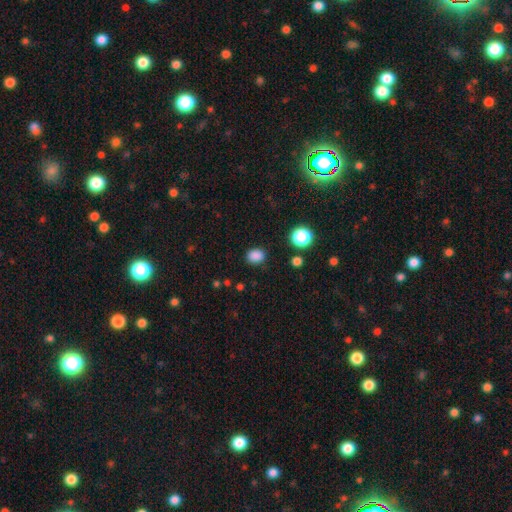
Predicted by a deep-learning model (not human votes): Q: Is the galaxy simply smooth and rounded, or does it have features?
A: smooth — 85%.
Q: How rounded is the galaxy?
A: round — 51%.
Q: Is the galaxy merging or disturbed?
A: none — 86%.